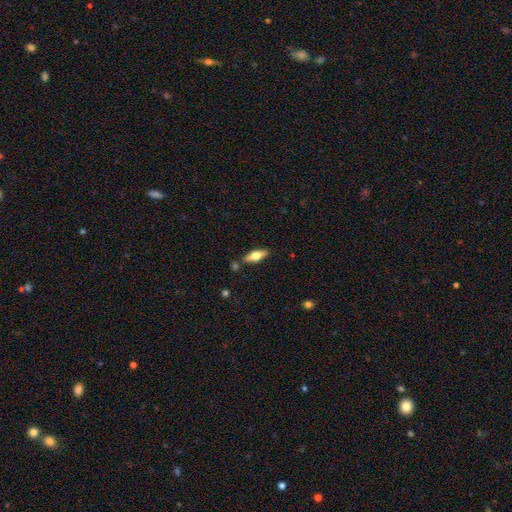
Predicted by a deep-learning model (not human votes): Smooth or featured? smooth (48%)
Merging? none (82%)